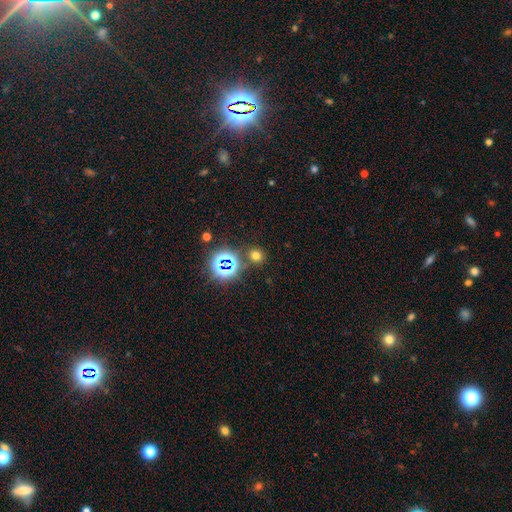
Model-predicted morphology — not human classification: type=smooth (63%); roundness=round (82%); merging=none (80%).